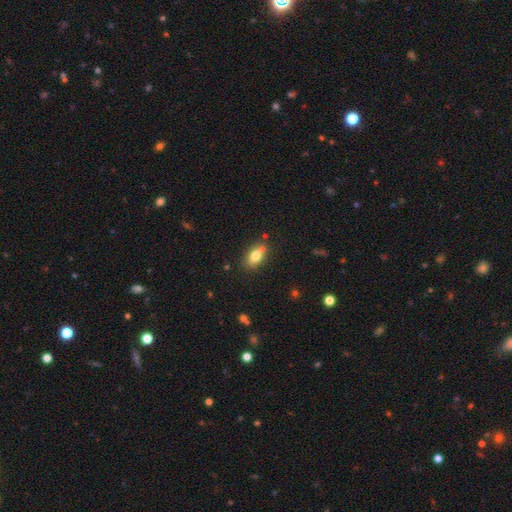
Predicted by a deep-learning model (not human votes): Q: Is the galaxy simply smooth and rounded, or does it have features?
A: smooth — 76%.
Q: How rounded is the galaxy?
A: in between — 83%.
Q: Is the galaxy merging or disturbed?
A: none — 70%.